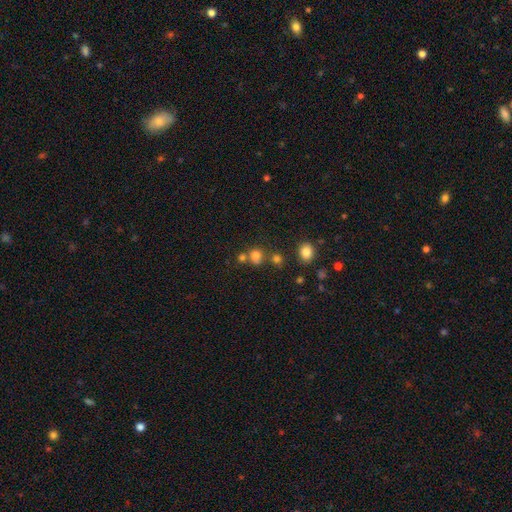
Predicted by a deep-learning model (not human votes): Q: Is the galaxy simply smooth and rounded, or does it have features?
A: smooth — 76%.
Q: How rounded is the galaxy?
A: round — 78%.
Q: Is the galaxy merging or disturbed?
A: none — 56%.